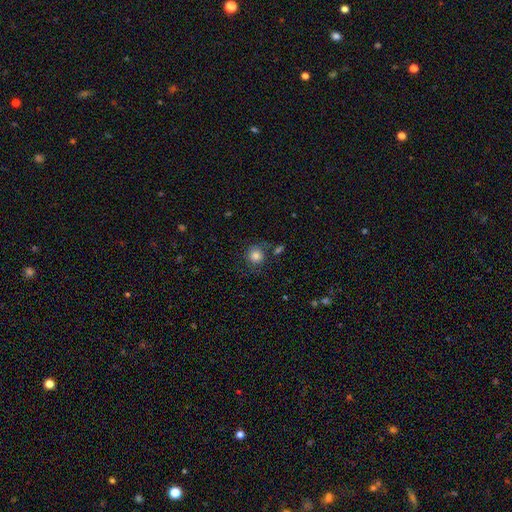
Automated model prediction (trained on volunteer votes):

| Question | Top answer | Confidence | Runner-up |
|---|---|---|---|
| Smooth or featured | smooth | 82% | star or artifact (11%) |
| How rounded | round | 91% | in between (8%) |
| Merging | none | 76% | minor disturbance (13%) |